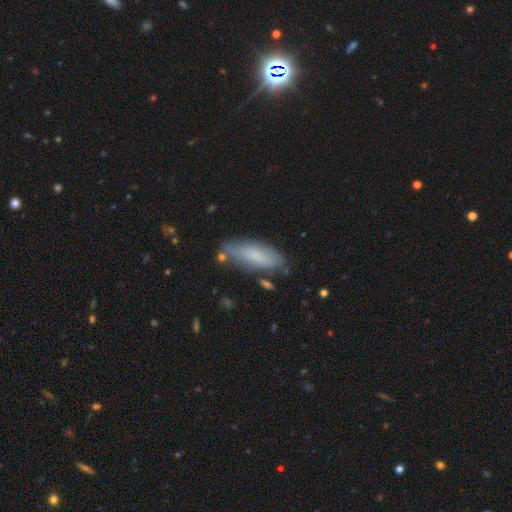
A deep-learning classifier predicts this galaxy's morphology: Q: Smooth or featured?
A: smooth (73%); runner-up: featured or disk (20%)
Q: How rounded?
A: in between (60%); runner-up: cigar-shaped (38%)
Q: Merging?
A: none (70%); runner-up: minor disturbance (21%)